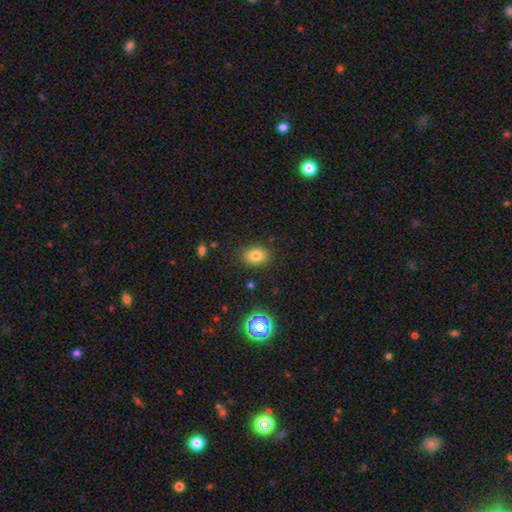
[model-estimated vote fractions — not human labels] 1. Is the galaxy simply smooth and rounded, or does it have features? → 80% smooth, 12% star or artifact, 8% featured or disk.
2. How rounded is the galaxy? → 64% in between, 35% round, 1% cigar-shaped.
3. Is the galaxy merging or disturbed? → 86% none, 9% minor disturbance, 3% major disturbance, 2% merger.